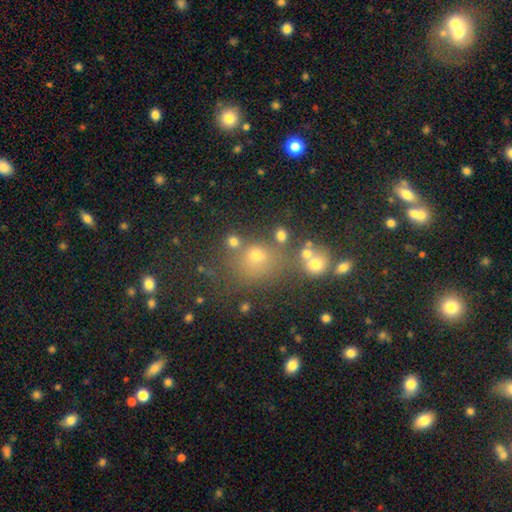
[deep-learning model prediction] The model was most divided on "merging": none: 58%, merger: 20%, minor disturbance: 13%, major disturbance: 9%. More confident: how rounded — round (75%); smooth or featured — smooth (68%).